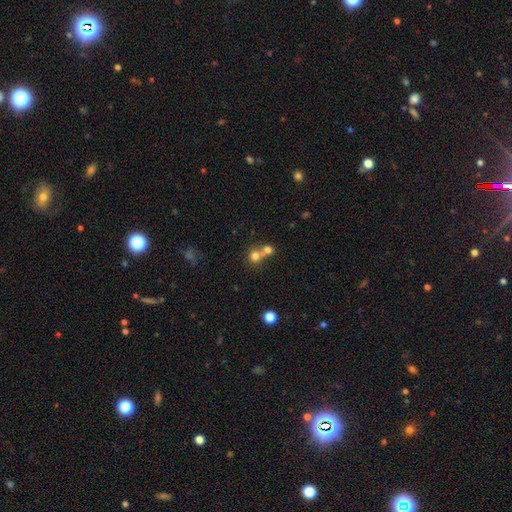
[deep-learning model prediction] smooth-or-featured: smooth: 72% | star or artifact: 15% | featured or disk: 13%
  how-rounded: round: 83% | in between: 16% | cigar-shaped: 1%
  merging: merger: 54% | none: 38% | minor disturbance: 5% | major disturbance: 3%